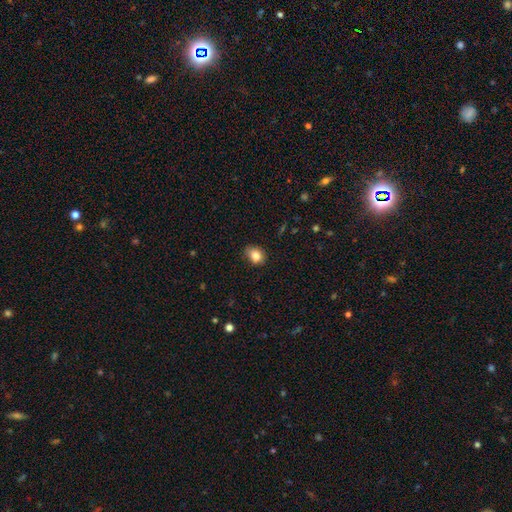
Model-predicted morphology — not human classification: A smooth galaxy with no disk features (84%) that is in between round and cigar-shaped (57%). Merging: none (70%).